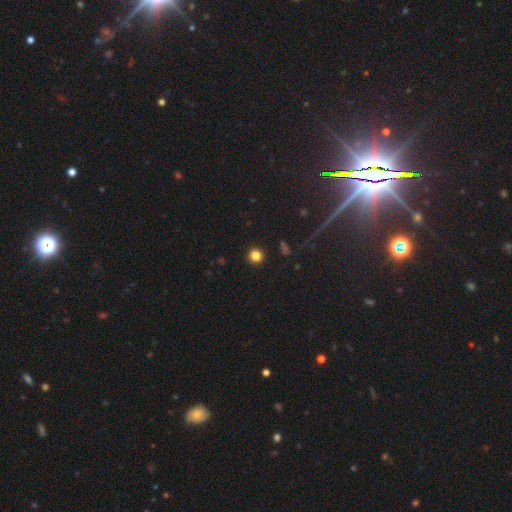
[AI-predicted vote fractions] This appears to be a smooth galaxy with no disk features (82%) that is round (93%). Merging: none (93%).